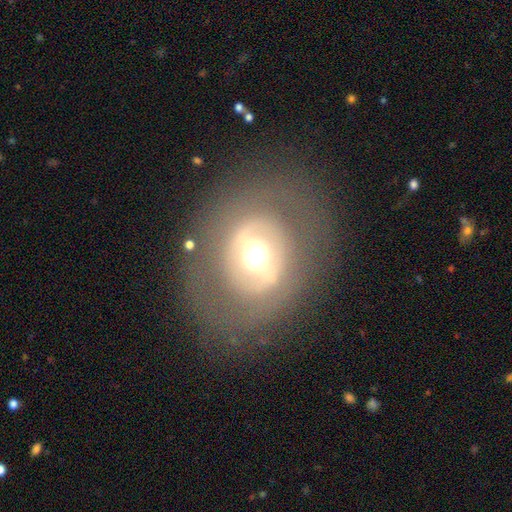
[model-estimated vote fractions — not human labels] Overall: featured or disk (61%; smooth 29%). Edge-on disk: no (93%). Bar: no (42%; strong 31%). Spiral arms: no (78%). Bulge size: moderate (54%; large 32%). Merging: none (76%).